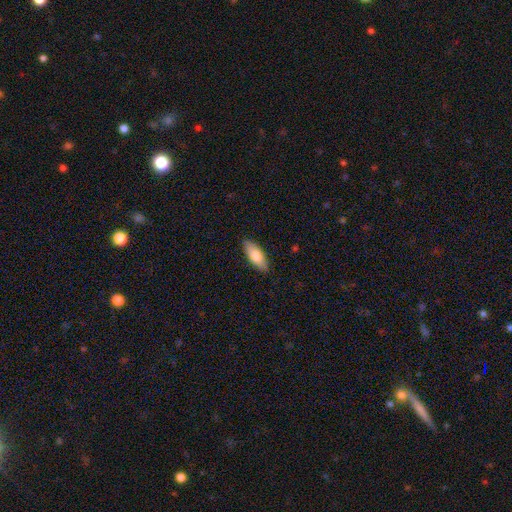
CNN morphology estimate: This appears to be a smooth galaxy with no disk features (76%) that is in between round and cigar-shaped (75%). Merging: none (88%).